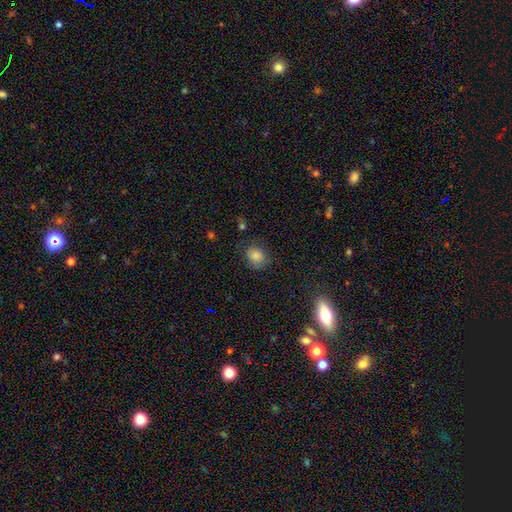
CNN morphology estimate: The model was most divided on "how rounded": round: 64%, in between: 35%, cigar-shaped: 1%. More confident: smooth or featured — smooth (79%); merging — none (78%).